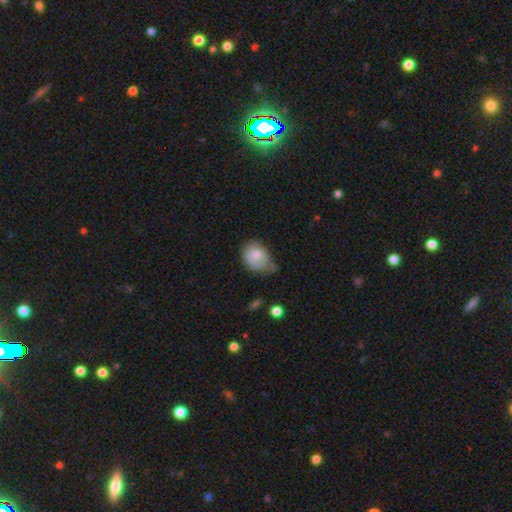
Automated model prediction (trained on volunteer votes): smooth_or_featured: smooth (p=0.79) [alt: featured or disk p=0.14]
how_rounded: in between (p=0.59) [alt: round p=0.40]
merging: minor disturbance (p=0.43) [alt: none p=0.31]